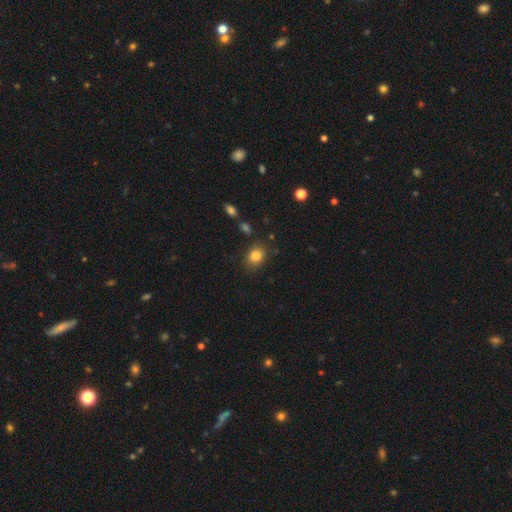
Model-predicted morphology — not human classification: type=smooth (83%); roundness=in between (57%); merging=none (83%).